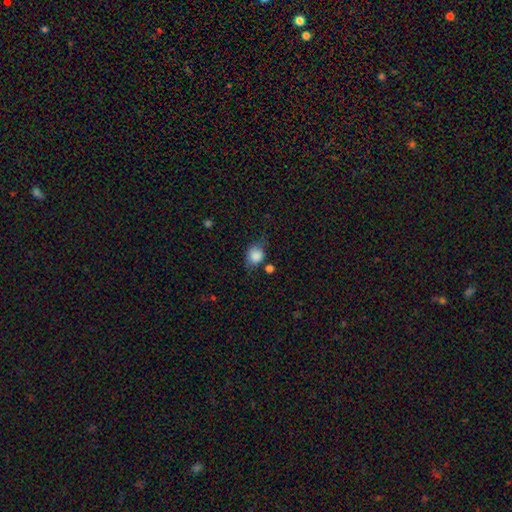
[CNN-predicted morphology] Overall: smooth (81%). How rounded: round (67%; in between 32%). Merging: none (55%; minor disturbance 29%).